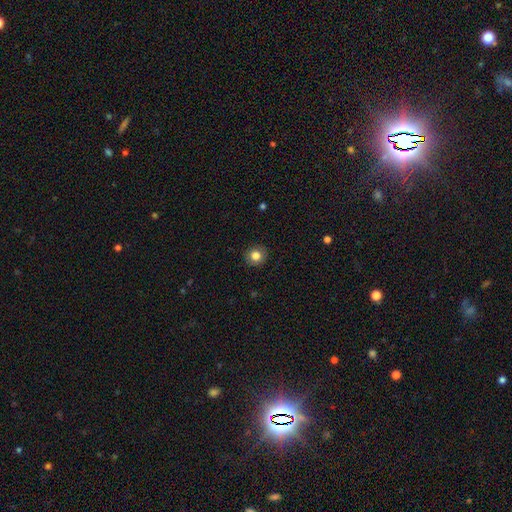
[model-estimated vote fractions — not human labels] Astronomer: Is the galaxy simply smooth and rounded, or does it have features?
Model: smooth — 82%.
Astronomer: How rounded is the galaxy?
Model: round — 89%.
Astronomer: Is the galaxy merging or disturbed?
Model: none — 91%.